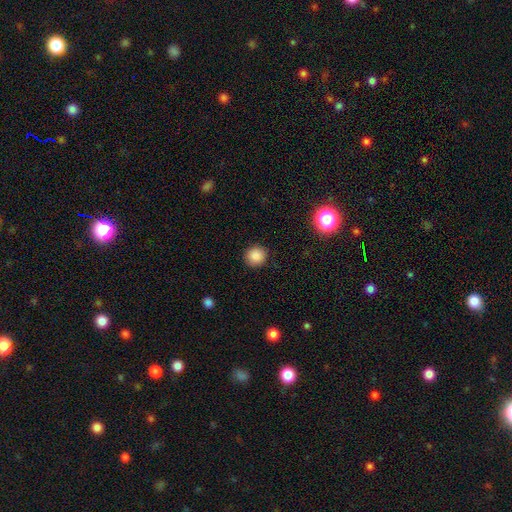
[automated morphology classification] Smooth or featured? Predicted: smooth (p=0.86). How rounded? Predicted: round (p=0.91). Merging? Predicted: none (p=0.91).